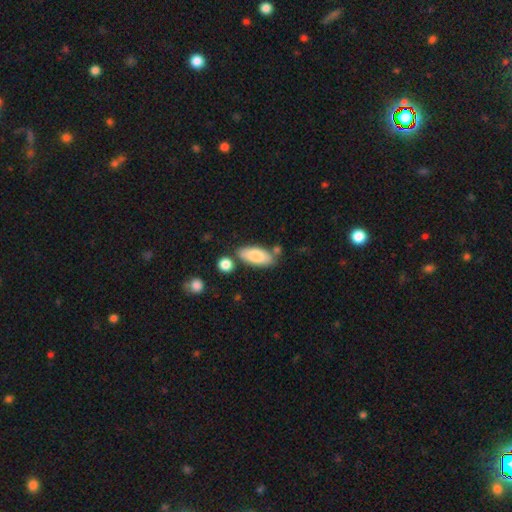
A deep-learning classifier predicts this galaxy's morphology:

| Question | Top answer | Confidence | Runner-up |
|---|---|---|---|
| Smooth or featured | smooth | 83% | featured or disk (11%) |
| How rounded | in between | 82% | cigar-shaped (16%) |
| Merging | none | 71% | minor disturbance (15%) |